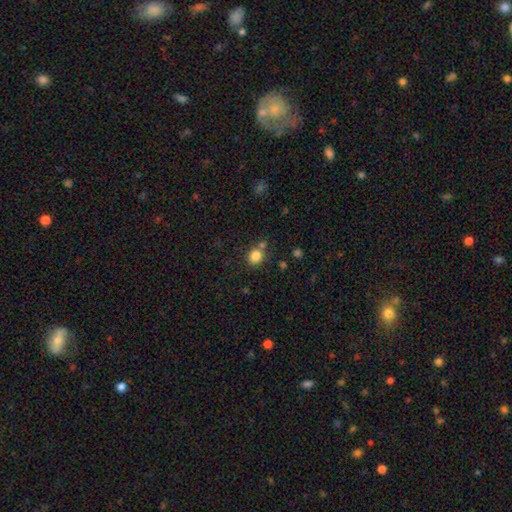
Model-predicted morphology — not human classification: A smooth galaxy with no disk features (83%) that is round (85%). Merging: none (71%).